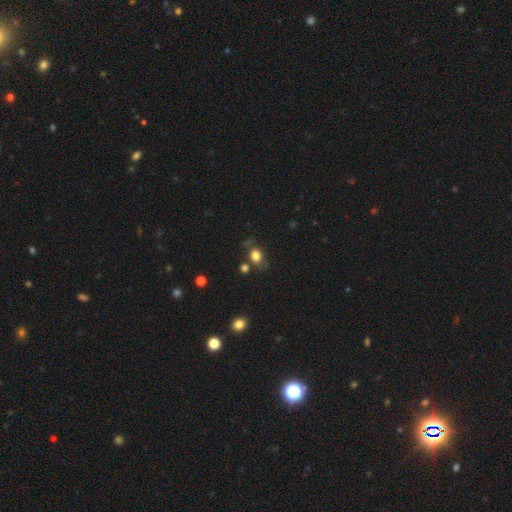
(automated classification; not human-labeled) smooth_or_featured: smooth (p=0.78) [alt: star or artifact p=0.13]
how_rounded: round (p=0.56) [alt: in between p=0.43]
merging: none (p=0.66) [alt: minor disturbance p=0.18]